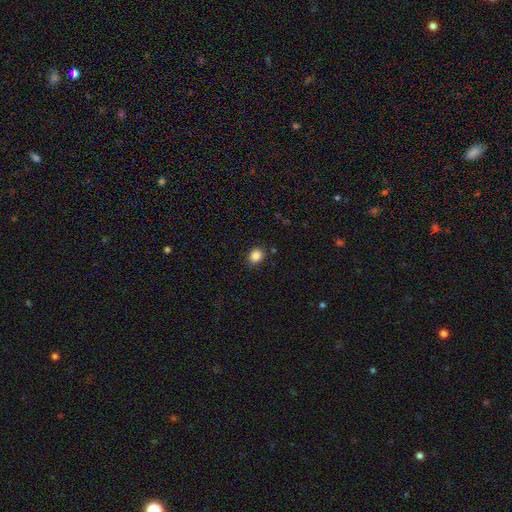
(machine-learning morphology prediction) Smooth or featured: smooth — 87% (star or artifact — 10%)
How rounded: round — 55% (in between — 44%)
Merging: none — 87% (minor disturbance — 9%)